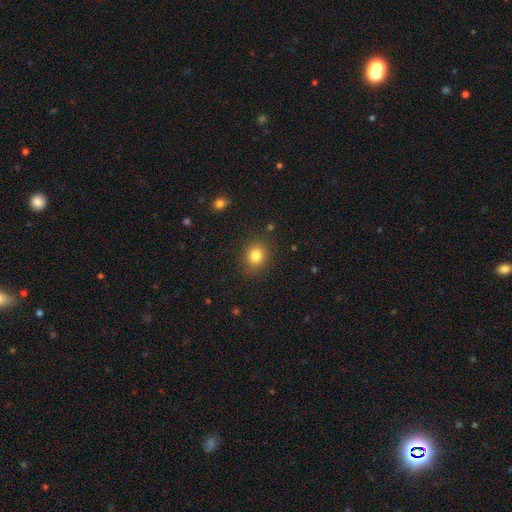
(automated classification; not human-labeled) Overall: smooth (82%). How rounded: round (69%; in between 30%). Merging: none (87%).